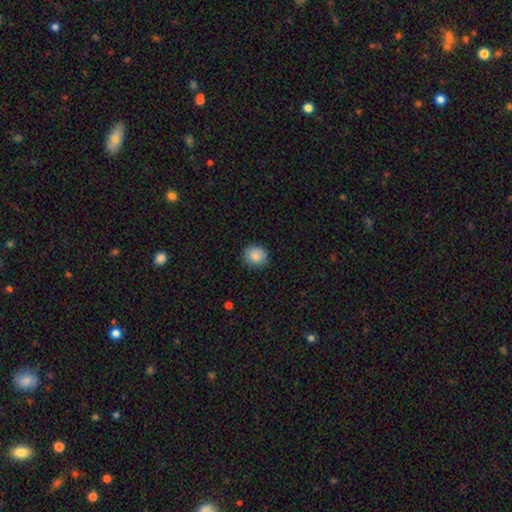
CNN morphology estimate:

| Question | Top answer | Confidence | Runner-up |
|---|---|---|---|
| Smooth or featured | smooth | 85% | star or artifact (8%) |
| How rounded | round | 80% | in between (19%) |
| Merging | none | 85% | minor disturbance (12%) |